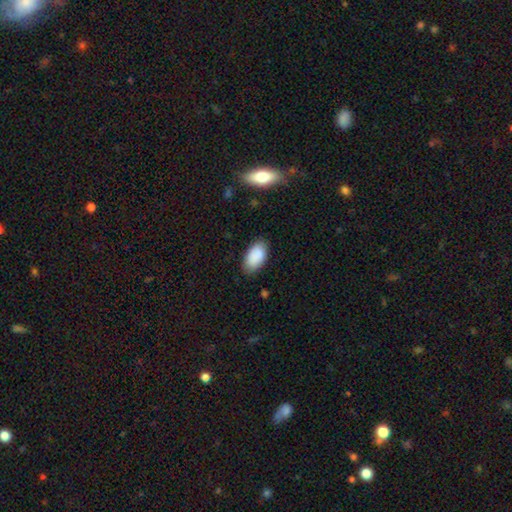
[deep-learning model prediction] smooth-or-featured: smooth: 88% | star or artifact: 7% | featured or disk: 5%
  how-rounded: in between: 95% | round: 3% | cigar-shaped: 2%
  merging: none: 81% | minor disturbance: 15% | major disturbance: 3% | merger: 1%